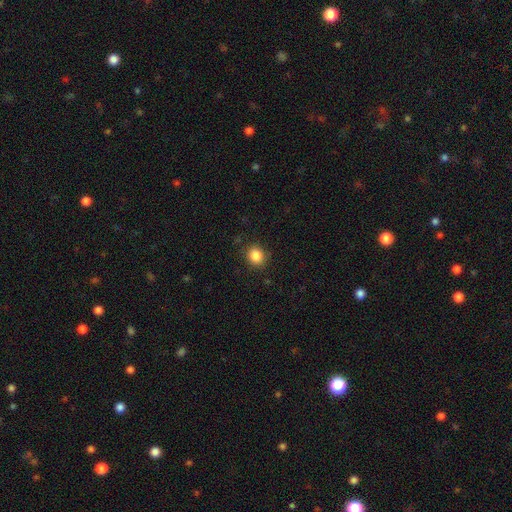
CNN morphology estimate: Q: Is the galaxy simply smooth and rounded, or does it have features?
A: smooth — 86%.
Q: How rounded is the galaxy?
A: round — 75%.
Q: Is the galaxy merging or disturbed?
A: none — 87%.